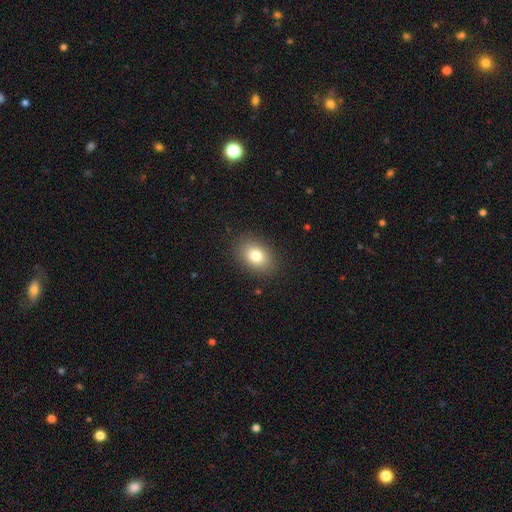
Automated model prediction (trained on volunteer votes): Smooth or featured? smooth (80%)
How rounded? in between (79%)
Merging? none (87%)